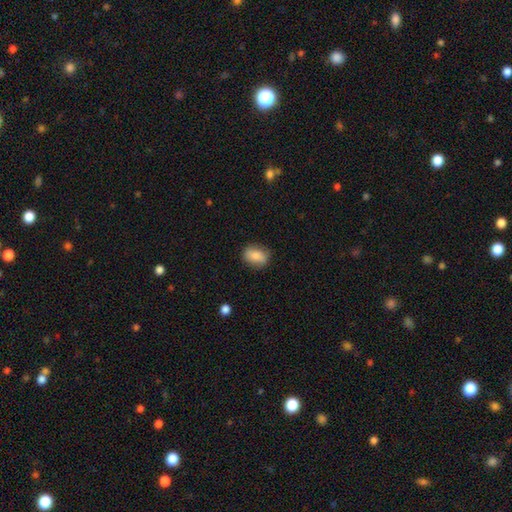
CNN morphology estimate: Smooth or featured: smooth — 79% (featured or disk — 13%)
How rounded: in between — 69% (round — 29%)
Merging: none — 81% (minor disturbance — 15%)